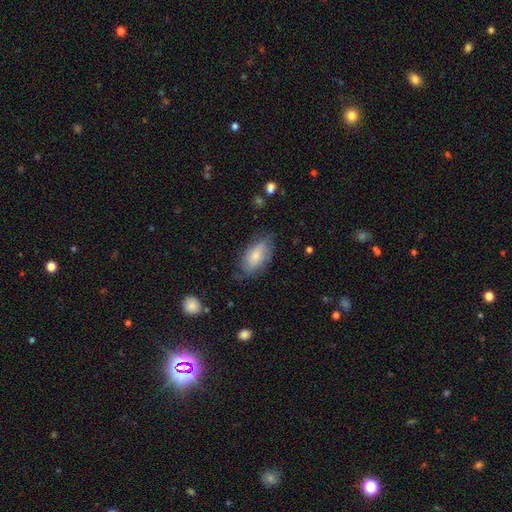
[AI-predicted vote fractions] The model was most divided on "merging": none: 64%, minor disturbance: 27%, major disturbance: 8%, merger: 2%. More confident: how rounded — in between (91%); smooth or featured — smooth (68%).